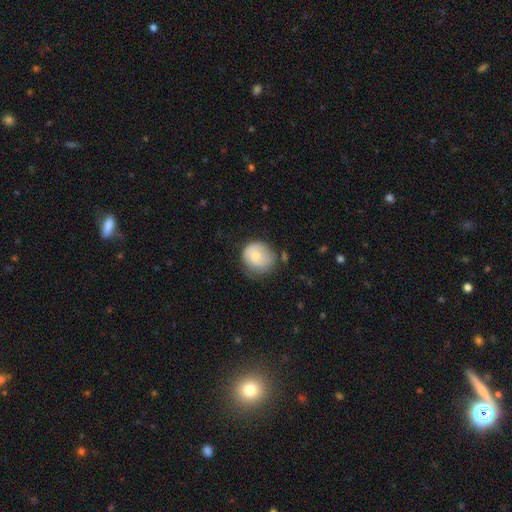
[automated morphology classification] Smooth or featured? smooth (68%)
How rounded? round (80%)
Merging? none (56%)